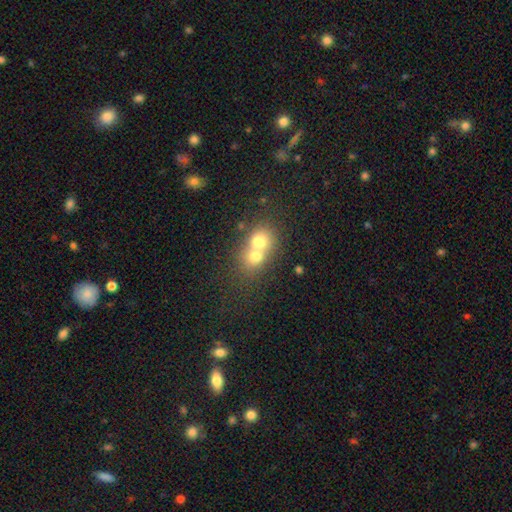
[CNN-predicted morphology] smooth_or_featured: smooth (p=0.69) [alt: featured or disk p=0.20]
how_rounded: round (p=0.68) [alt: in between p=0.31]
merging: merger (p=0.73) [alt: none p=0.21]